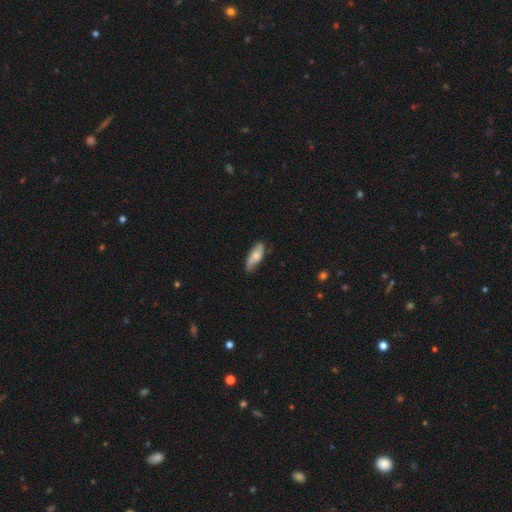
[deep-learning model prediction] smooth 56%, featured or disk 37%, star or artifact 6%. Down the decision tree: how rounded — in between (70%); merging — none (72%).